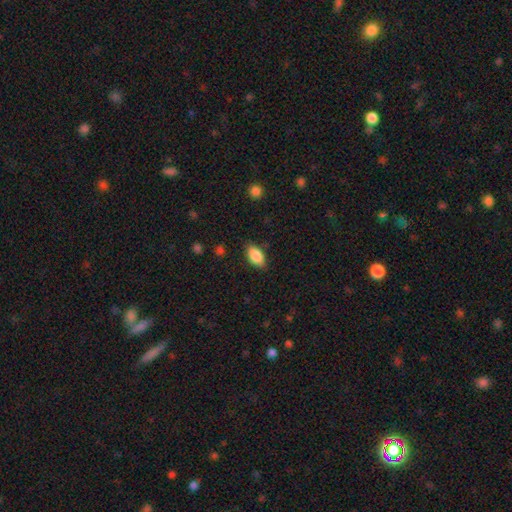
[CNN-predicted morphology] A smooth galaxy with no disk features (87%) that is in between round and cigar-shaped (92%).

Vote fractions:
- Smooth or featured? smooth: 87% / star or artifact: 7% / featured or disk: 6%
- How rounded? in between: 92% / round: 4% / cigar-shaped: 4%
- Merging? none: 85% / minor disturbance: 11% / major disturbance: 3% / merger: 1%